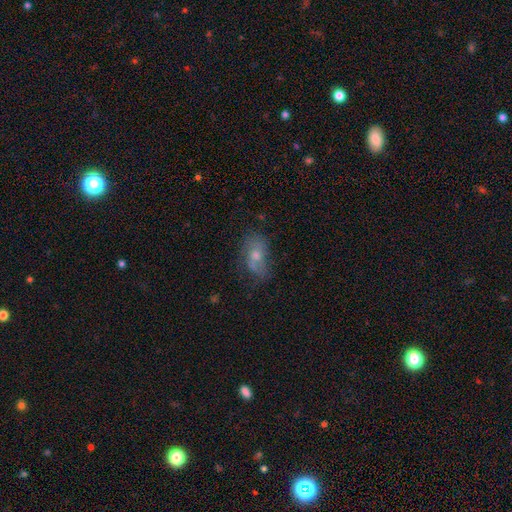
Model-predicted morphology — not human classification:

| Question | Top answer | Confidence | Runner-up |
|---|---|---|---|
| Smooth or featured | featured or disk | 44% | smooth (43%) |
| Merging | none | 57% | minor disturbance (28%) |